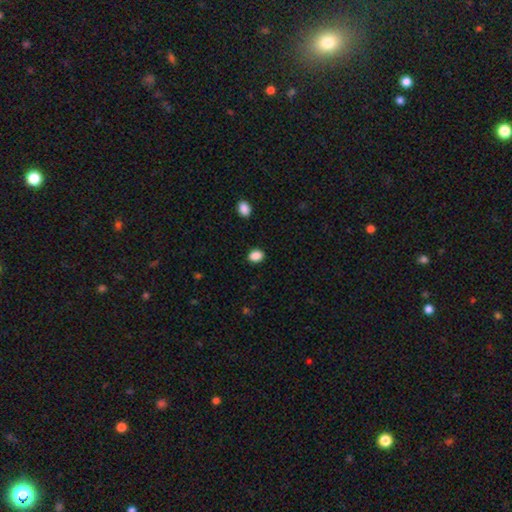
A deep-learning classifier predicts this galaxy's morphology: Smooth or featured?
  - smooth: 88% *
  - star or artifact: 9%
  - featured or disk: 3%
How rounded?
  - in between: 61% *
  - round: 38%
  - cigar-shaped: 1%
Merging?
  - none: 90% *
  - minor disturbance: 7%
  - major disturbance: 2%
  - merger: 1%